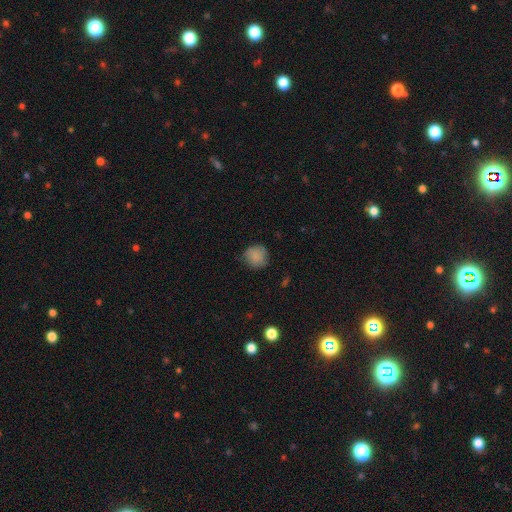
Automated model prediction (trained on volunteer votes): smooth 83%, star or artifact 9%, featured or disk 8%. Down the decision tree: how rounded — round (87%); merging — none (71%).